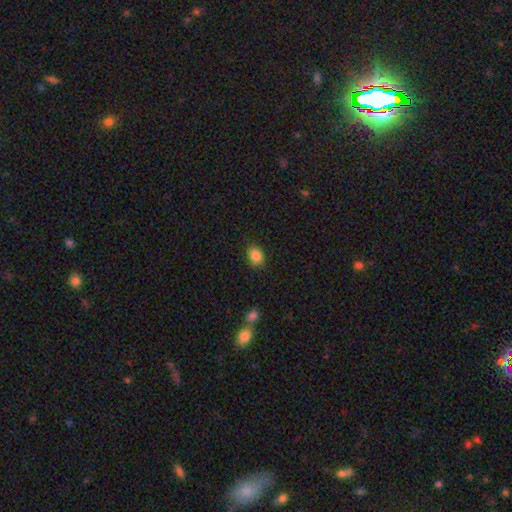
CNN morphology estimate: smooth-or-featured: smooth: 85% | star or artifact: 9% | featured or disk: 5%
  how-rounded: in between: 65% | round: 34% | cigar-shaped: 1%
  merging: none: 85% | minor disturbance: 11% | major disturbance: 2% | merger: 1%